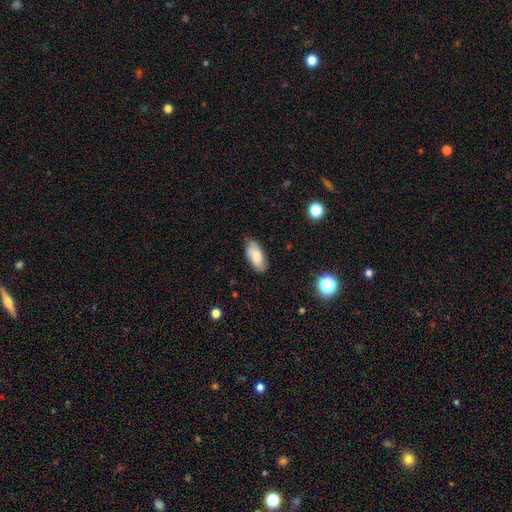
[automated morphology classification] Smooth or featured?
  - smooth: 81% *
  - featured or disk: 12%
  - star or artifact: 7%
How rounded?
  - in between: 90% *
  - cigar-shaped: 7%
  - round: 2%
Merging?
  - none: 81% *
  - minor disturbance: 15%
  - major disturbance: 3%
  - merger: 1%